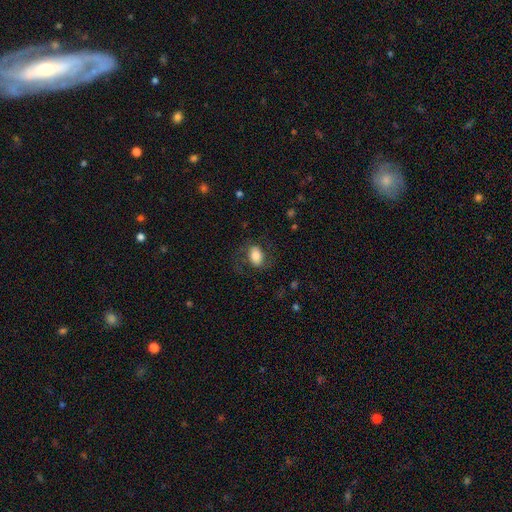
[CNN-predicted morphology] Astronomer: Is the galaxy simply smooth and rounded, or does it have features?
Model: smooth — 70%.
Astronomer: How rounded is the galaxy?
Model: in between — 79%.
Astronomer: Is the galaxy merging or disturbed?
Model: none — 67%.